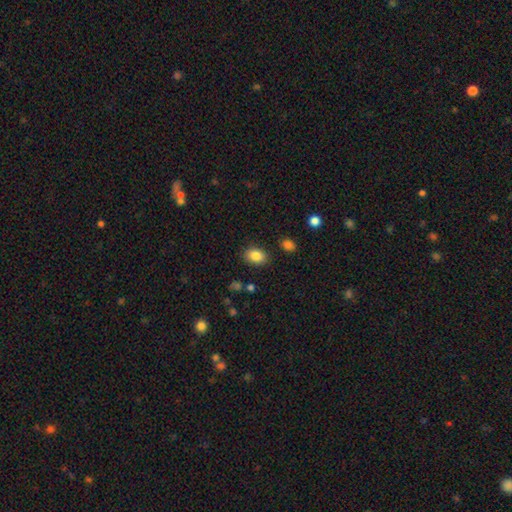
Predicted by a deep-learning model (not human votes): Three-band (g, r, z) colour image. It shows a smooth galaxy with no disk features (85%) that is in between round and cigar-shaped (79%). Merging: none (85%).